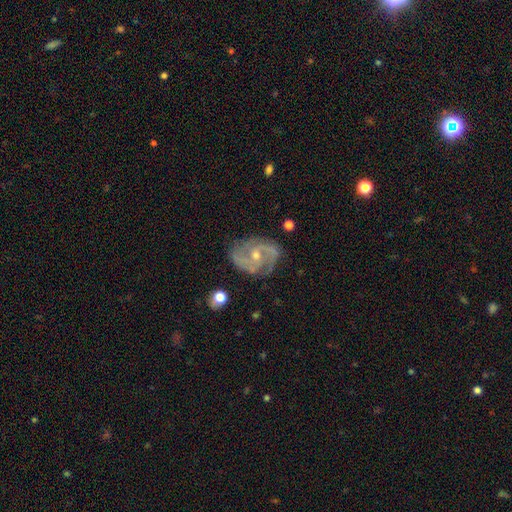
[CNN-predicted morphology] Smooth or featured? Predicted: featured or disk (p=0.87). Edge-on disk? Predicted: no (p=0.98). Bar? Predicted: no (p=0.53). Spiral arms? Predicted: yes (p=0.96). Spiral winding? Predicted: medium (p=0.50). Spiral arm count? Predicted: 2 (p=0.62). Bulge size? Predicted: small (p=0.56). Merging? Predicted: none (p=0.74).